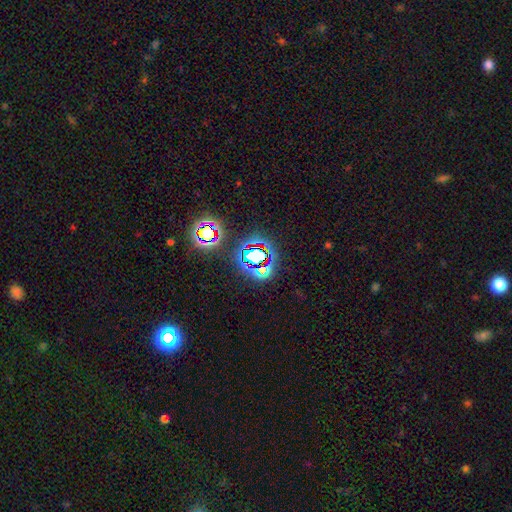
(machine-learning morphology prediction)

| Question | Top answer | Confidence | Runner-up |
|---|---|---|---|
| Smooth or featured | star or artifact | 68% | smooth (21%) |